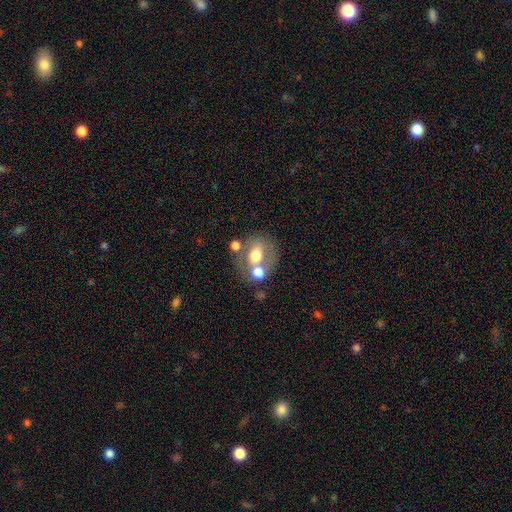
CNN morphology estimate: type=smooth (50%); roundness=round (59%); merging=none (50%).